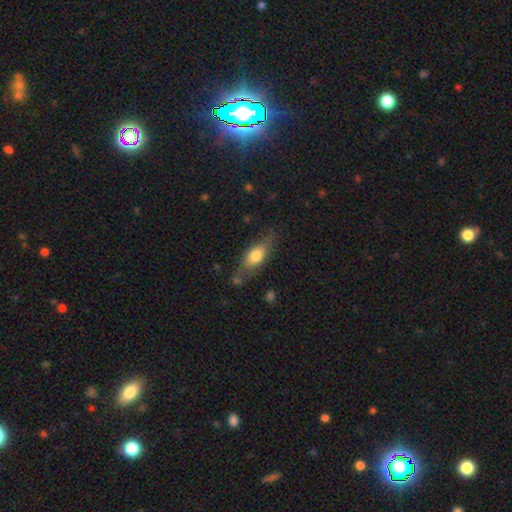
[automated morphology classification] Smooth or featured? smooth (67%)
How rounded? in between (69%)
Merging? none (69%)